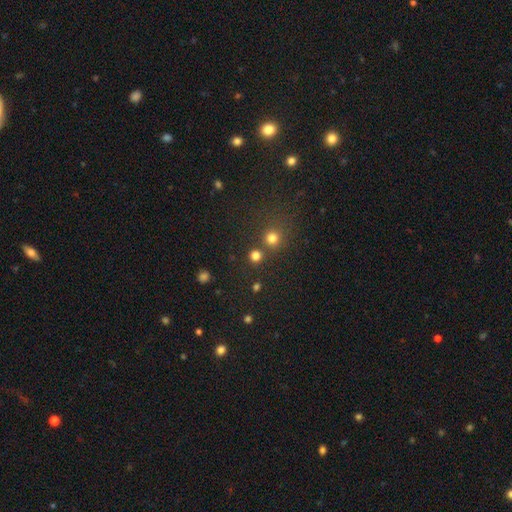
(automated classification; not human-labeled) Smooth or featured?
  - smooth: 78% *
  - star or artifact: 17%
  - featured or disk: 5%
How rounded?
  - round: 91% *
  - in between: 8%
  - cigar-shaped: 1%
Merging?
  - none: 76% *
  - merger: 15%
  - minor disturbance: 6%
  - major disturbance: 3%